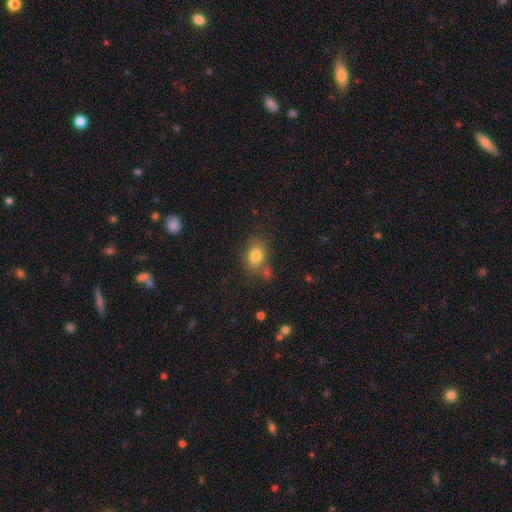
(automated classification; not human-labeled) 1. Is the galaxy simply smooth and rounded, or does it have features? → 80% smooth, 10% star or artifact, 10% featured or disk.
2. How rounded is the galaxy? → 67% in between, 32% round, 2% cigar-shaped.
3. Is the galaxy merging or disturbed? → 62% none, 18% minor disturbance, 13% merger, 6% major disturbance.